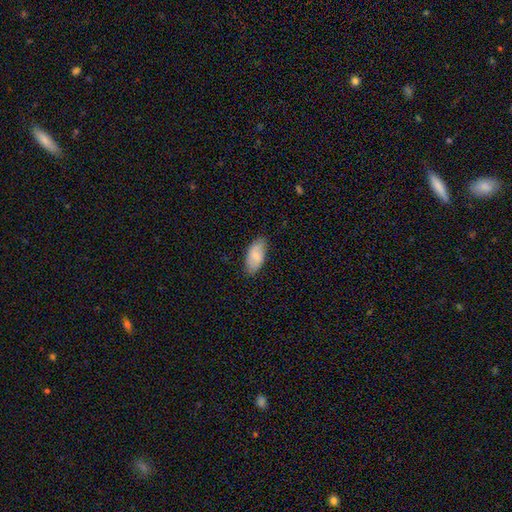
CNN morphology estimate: smooth_or_featured: smooth (p=0.75) [alt: featured or disk p=0.19]
how_rounded: in between (p=0.93) [alt: cigar-shaped p=0.05]
merging: none (p=0.82) [alt: minor disturbance p=0.15]